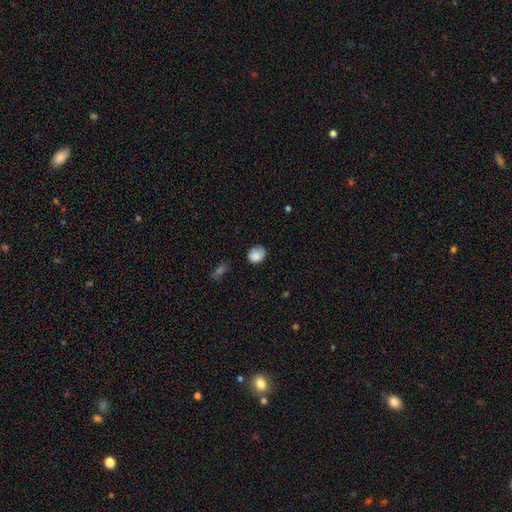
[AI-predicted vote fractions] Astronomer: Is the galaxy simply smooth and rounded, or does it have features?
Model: smooth — 81%.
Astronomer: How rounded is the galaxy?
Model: round — 58% (runner-up: in between, 41%).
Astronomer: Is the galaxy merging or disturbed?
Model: none — 58%.